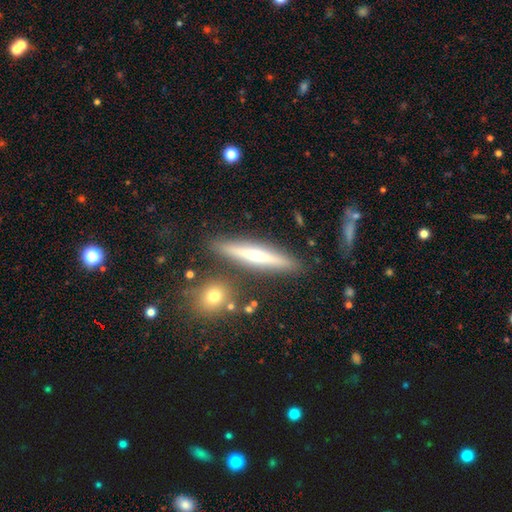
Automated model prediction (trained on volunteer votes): smooth_or_featured: featured or disk (p=0.52) [alt: smooth p=0.41]
disk_edge_on: yes (p=0.94) [alt: no p=0.06]
merging: none (p=0.86) [alt: minor disturbance p=0.09]